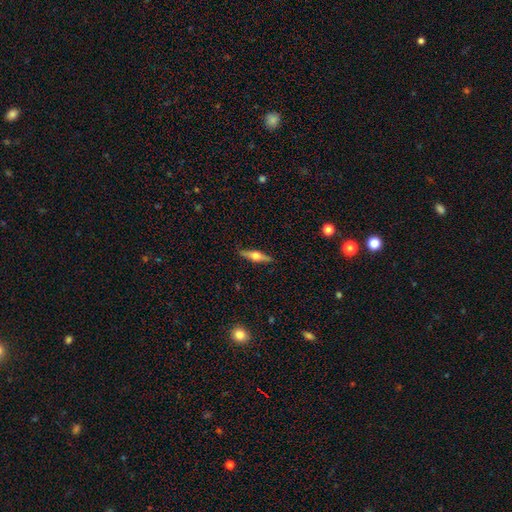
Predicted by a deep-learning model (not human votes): smooth_or_featured: featured or disk (p=0.58) [alt: smooth p=0.36]
disk_edge_on: yes (p=0.95) [alt: no p=0.05]
edge_on_bulge: rounded (p=0.93) [alt: boxy p=0.05]
merging: none (p=0.88) [alt: minor disturbance p=0.09]